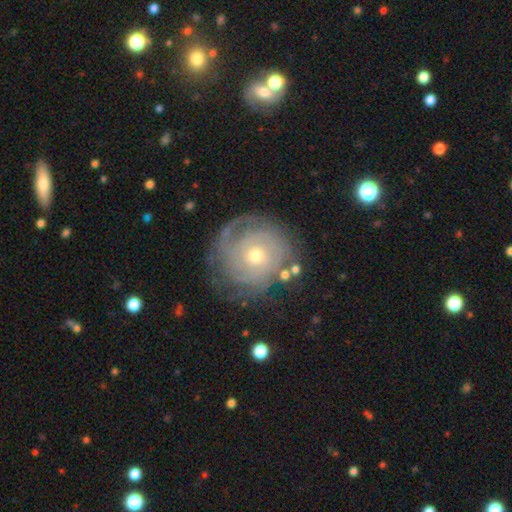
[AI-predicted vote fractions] Q: Smooth or featured?
A: featured or disk (82%); runner-up: smooth (12%)
Q: Edge-on disk?
A: no (97%); runner-up: yes (3%)
Q: Bar?
A: no (79%); runner-up: weak (17%)
Q: Spiral arms?
A: yes (93%); runner-up: no (7%)
Q: Spiral winding?
A: tight (78%); runner-up: medium (17%)
Q: Spiral arm count?
A: can't tell (38%); runner-up: 3 (20%)
Q: Bulge size?
A: small (52%); runner-up: moderate (44%)
Q: Merging?
A: none (74%); runner-up: minor disturbance (16%)